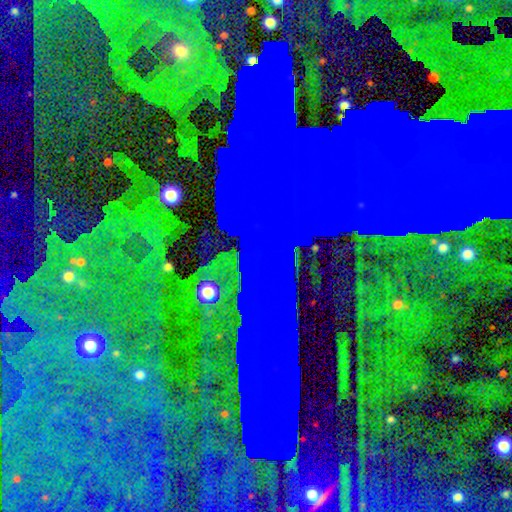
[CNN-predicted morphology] Smooth or featured? star or artifact (82%)